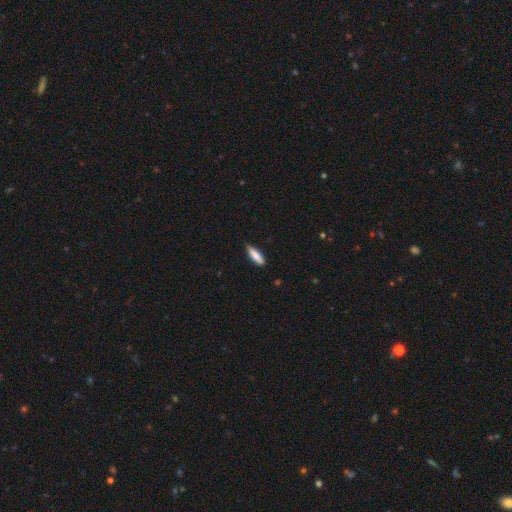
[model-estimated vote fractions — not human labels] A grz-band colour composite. It shows a smooth galaxy with no disk features (78%) that is cigar-shaped (66%). Merging: none (80%).